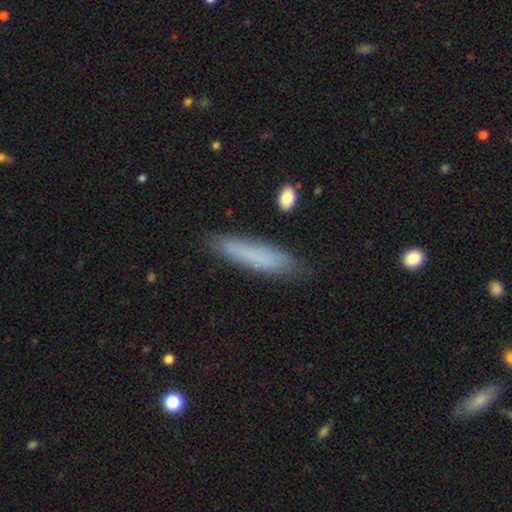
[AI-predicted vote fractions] smooth 75%, featured or disk 17%, star or artifact 8%. Down the decision tree: how rounded — cigar-shaped (86%); merging — none (82%).